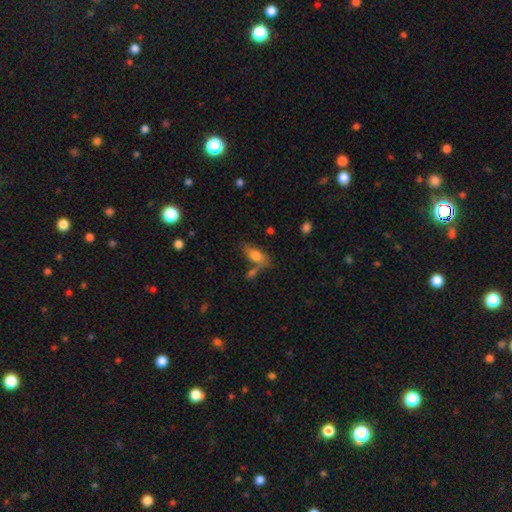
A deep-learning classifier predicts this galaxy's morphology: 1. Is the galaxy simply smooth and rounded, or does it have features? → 73% smooth, 20% featured or disk, 7% star or artifact.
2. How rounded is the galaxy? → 80% in between, 17% cigar-shaped, 3% round.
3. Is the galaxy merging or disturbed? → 61% none, 18% merger, 17% minor disturbance, 5% major disturbance.